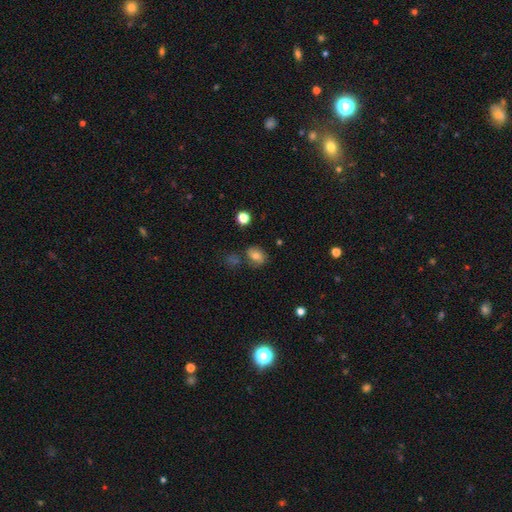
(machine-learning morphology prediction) smooth 68%, featured or disk 19%, star or artifact 13%. Down the decision tree: how rounded — in between (57%); merging — none (63%).